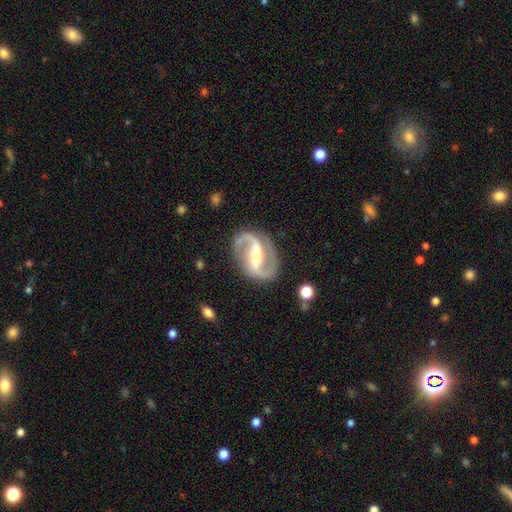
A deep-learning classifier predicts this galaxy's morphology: smooth-or-featured: featured or disk: 91% | smooth: 5% | star or artifact: 4%
  disk-edge-on: no: 98% | yes: 2%
    bar: strong: 63% | weak: 28% | no: 9%
    has-spiral-arms: yes: 97% | no: 3%
      spiral-winding: medium: 54% | loose: 31% | tight: 15%
      spiral-arm-count: 2: 94% | 1: 2% | can't tell: 2% | 3: 1% | 4: 1% | more than 4: 1%
    bulge-size: moderate: 36% | small: 23% | none: 20% | large: 19% | dominant: 3%
  merging: none: 83% | minor disturbance: 11% | major disturbance: 5% | merger: 2%